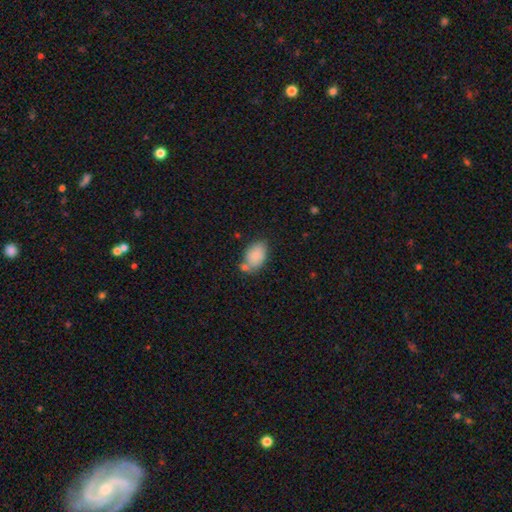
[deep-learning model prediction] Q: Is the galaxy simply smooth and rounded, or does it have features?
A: smooth — 85%.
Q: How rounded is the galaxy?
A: in between — 90%.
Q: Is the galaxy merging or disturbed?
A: none — 58%.